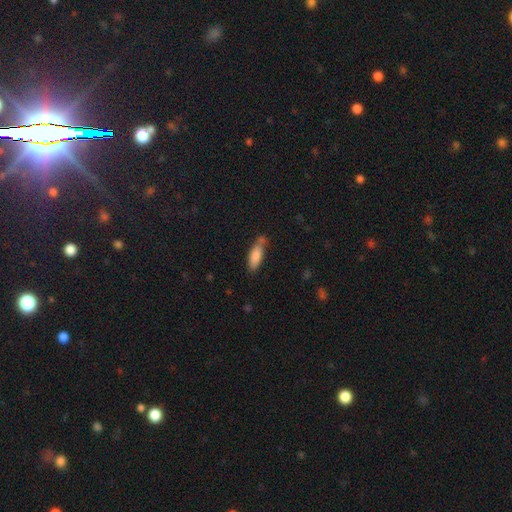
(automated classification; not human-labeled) Smooth or featured?
  - smooth: 83% *
  - featured or disk: 11%
  - star or artifact: 7%
How rounded?
  - in between: 61% *
  - cigar-shaped: 37%
  - round: 2%
Merging?
  - none: 58% *
  - minor disturbance: 24%
  - merger: 12%
  - major disturbance: 6%